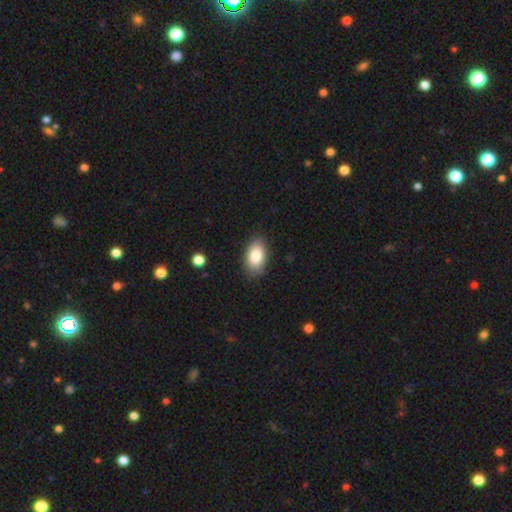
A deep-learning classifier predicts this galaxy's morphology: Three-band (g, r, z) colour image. It shows a smooth galaxy with no disk features (86%) that is in between round and cigar-shaped (93%). Merging: none (85%).